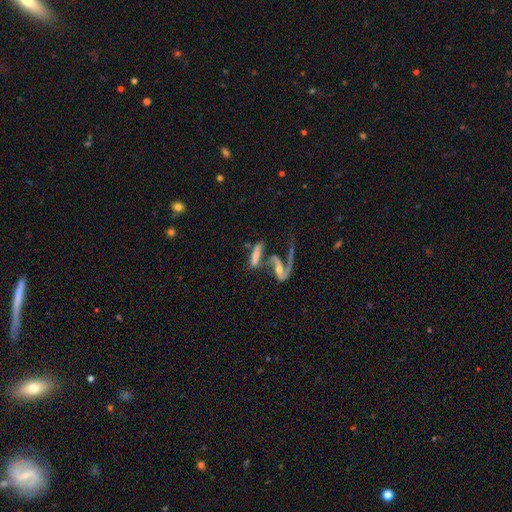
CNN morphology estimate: A featured or disk galaxy (54%). Merging: merger (49%).